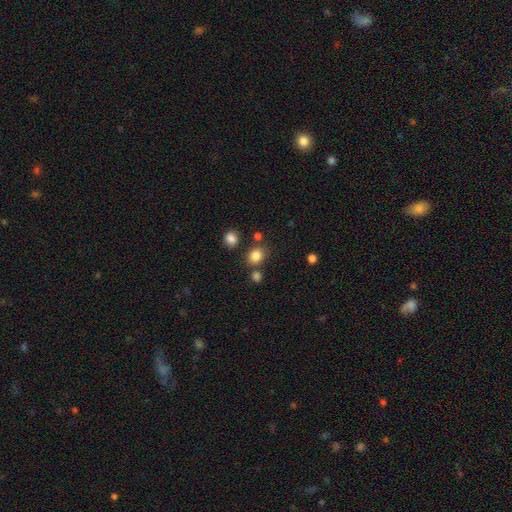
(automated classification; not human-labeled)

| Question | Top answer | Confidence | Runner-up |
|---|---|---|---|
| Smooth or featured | smooth | 83% | star or artifact (12%) |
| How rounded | round | 69% | in between (30%) |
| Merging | none | 75% | merger (11%) |